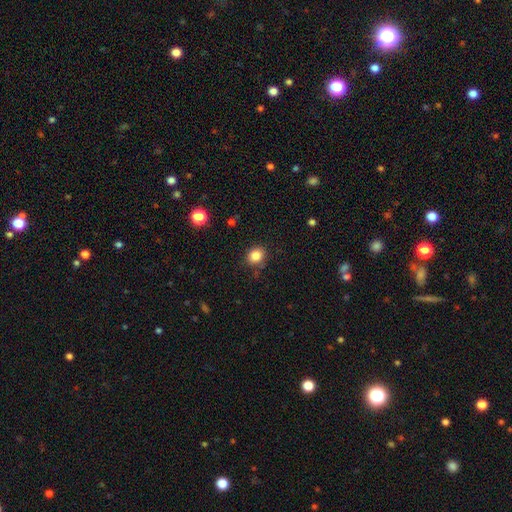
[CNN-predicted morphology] type=smooth (84%); roundness=round (71%); merging=none (83%).